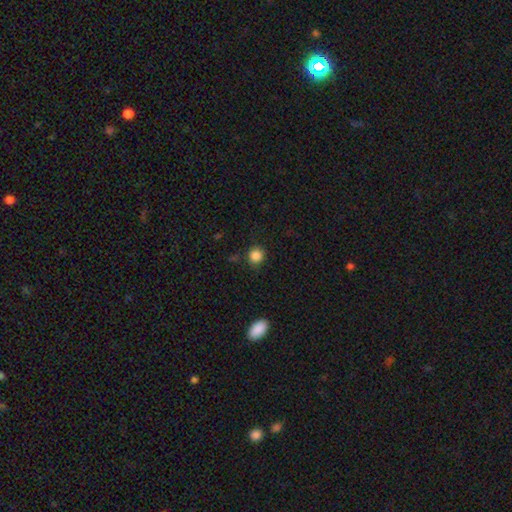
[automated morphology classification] Smooth or featured? Predicted: smooth (p=0.86). How rounded? Predicted: round (p=0.88). Merging? Predicted: none (p=0.85).